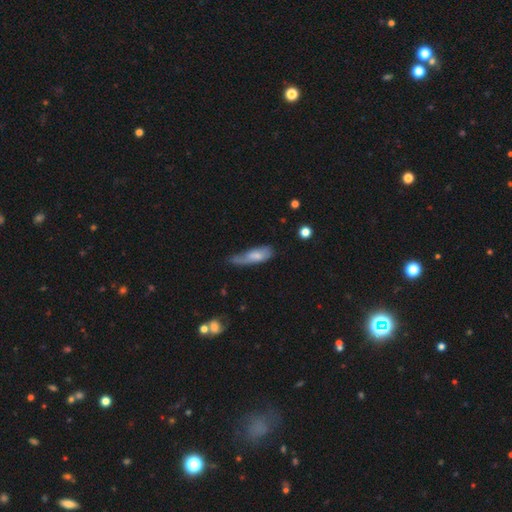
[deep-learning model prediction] The model was most divided on "merging": minor disturbance: 38%, none: 30%, major disturbance: 28%, merger: 5%. More confident: smooth or featured — smooth (64%); how rounded — in between (55%).